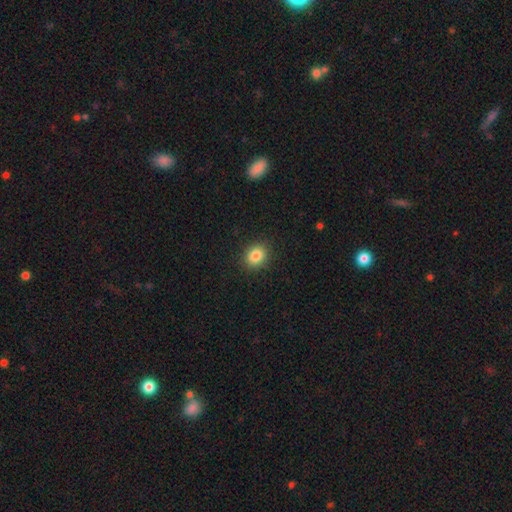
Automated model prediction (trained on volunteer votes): This appears to be a smooth galaxy with no disk features (85%) that is round (57%). Merging: none (89%).